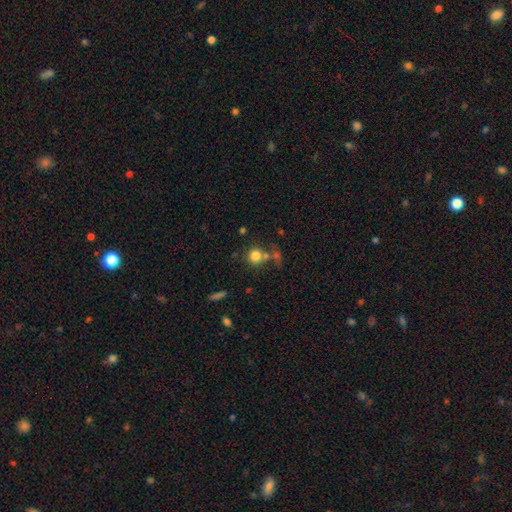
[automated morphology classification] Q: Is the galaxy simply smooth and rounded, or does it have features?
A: smooth — 80%.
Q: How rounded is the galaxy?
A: round — 89%.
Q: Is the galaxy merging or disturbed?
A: none — 58%.